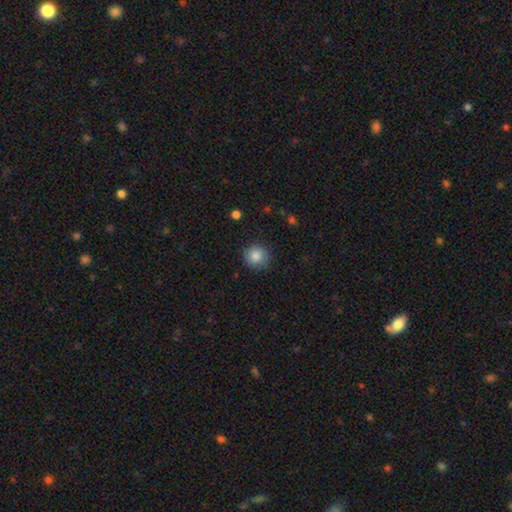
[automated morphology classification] smooth-or-featured: smooth: 85% | star or artifact: 9% | featured or disk: 6%
  how-rounded: round: 93% | in between: 6% | cigar-shaped: 1%
  merging: none: 87% | minor disturbance: 9% | major disturbance: 2% | merger: 1%